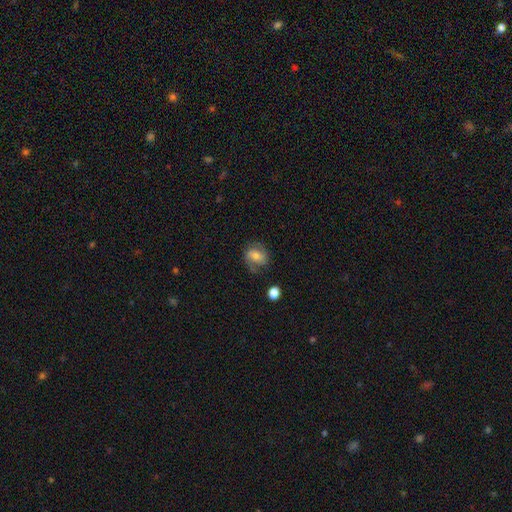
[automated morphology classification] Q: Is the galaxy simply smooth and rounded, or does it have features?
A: featured or disk — 57%.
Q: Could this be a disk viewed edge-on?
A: no — 97%.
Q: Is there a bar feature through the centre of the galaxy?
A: no — 42%.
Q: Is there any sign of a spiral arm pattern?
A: yes — 88%.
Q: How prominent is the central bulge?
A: moderate — 48%.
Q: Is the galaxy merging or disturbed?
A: none — 67%.